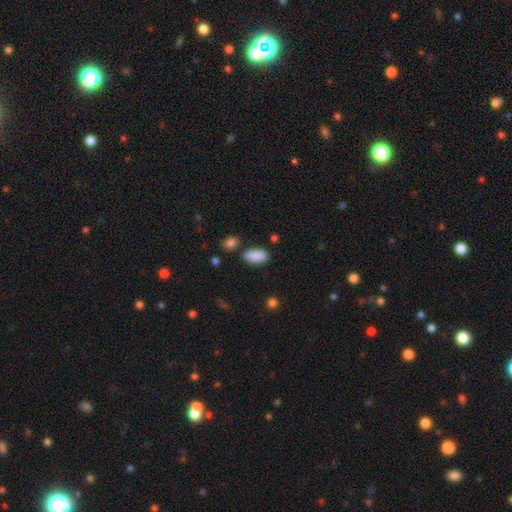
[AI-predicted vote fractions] smooth_or_featured: smooth (p=0.89) [alt: star or artifact p=0.07]
how_rounded: in between (p=0.85) [alt: cigar-shaped p=0.12]
merging: none (p=0.83) [alt: minor disturbance p=0.11]